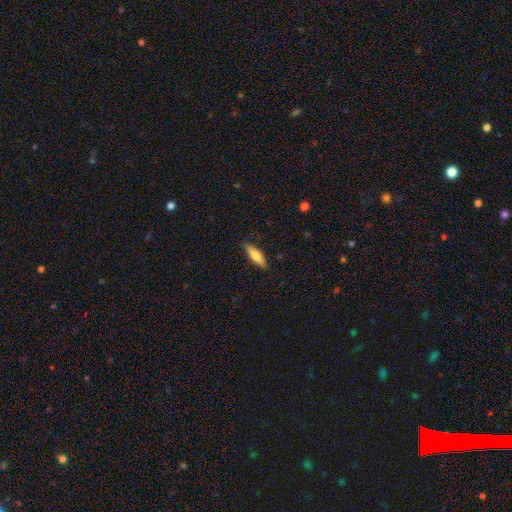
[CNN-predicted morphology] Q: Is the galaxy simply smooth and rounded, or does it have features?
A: smooth — 69%.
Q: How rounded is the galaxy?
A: cigar-shaped — 54%.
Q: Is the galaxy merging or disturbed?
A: none — 80%.